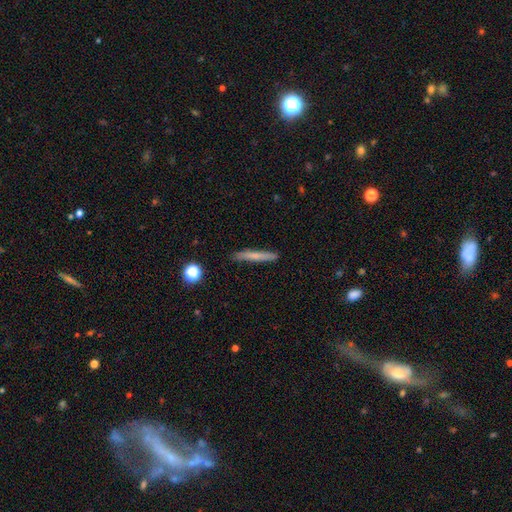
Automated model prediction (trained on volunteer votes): A smooth galaxy with no disk features (65%) that is cigar-shaped (95%).

Vote fractions:
- Smooth or featured? smooth: 65% / featured or disk: 28% / star or artifact: 7%
- How rounded? cigar-shaped: 95% / in between: 4% / round: 2%
- Merging? none: 87% / minor disturbance: 9% / major disturbance: 2% / merger: 2%